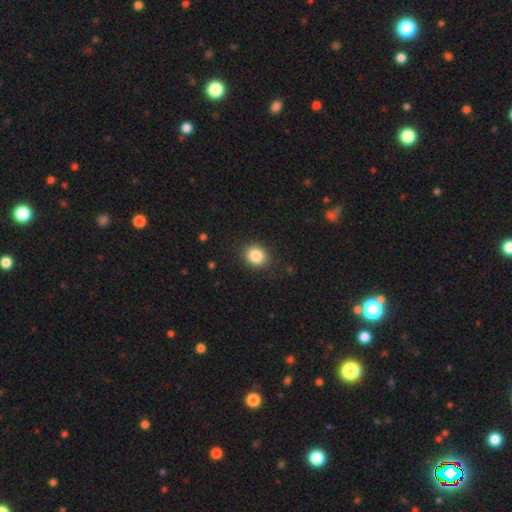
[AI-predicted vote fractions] Smooth or featured? Predicted: smooth (p=0.85). How rounded? Predicted: round (p=0.70). Merging? Predicted: none (p=0.89).